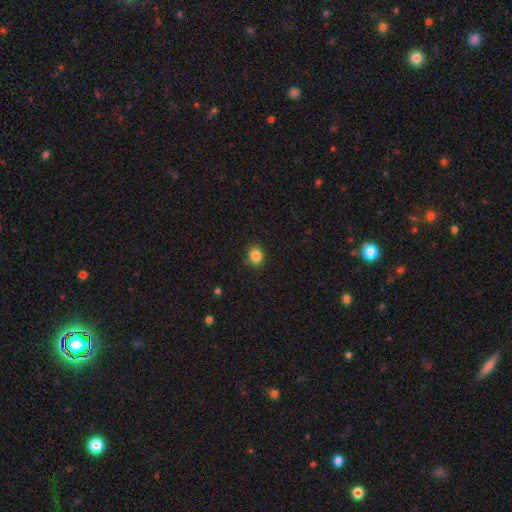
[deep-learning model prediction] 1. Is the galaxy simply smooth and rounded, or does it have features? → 85% smooth, 11% star or artifact, 5% featured or disk.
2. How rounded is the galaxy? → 68% round, 31% in between, 1% cigar-shaped.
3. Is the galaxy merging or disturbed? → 88% none, 9% minor disturbance, 2% major disturbance, 1% merger.